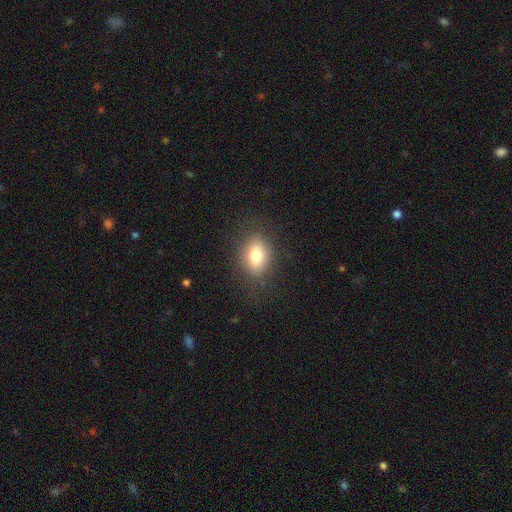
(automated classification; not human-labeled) This is likely a smooth galaxy (79%). How rounded: likely in between (78%). Merging: clearly none (82%).